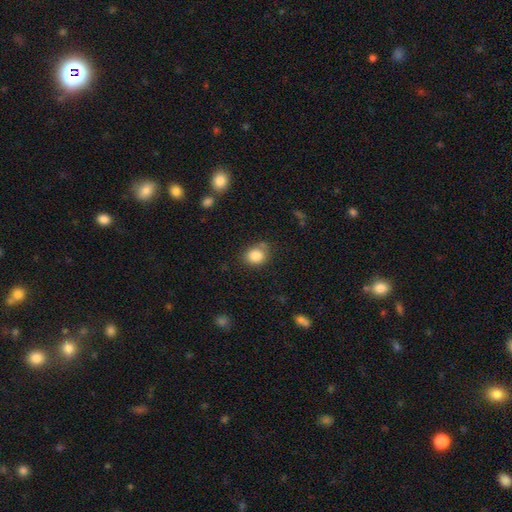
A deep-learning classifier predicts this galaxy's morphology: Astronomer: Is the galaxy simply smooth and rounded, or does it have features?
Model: smooth — 84%.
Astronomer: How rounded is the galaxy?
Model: round — 61% (runner-up: in between, 38%).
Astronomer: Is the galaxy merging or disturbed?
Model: none — 70%.